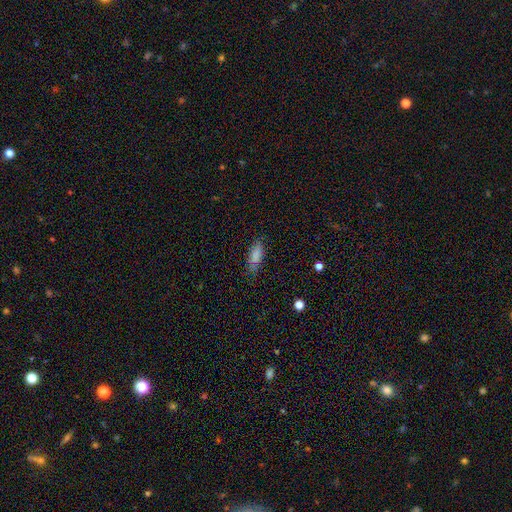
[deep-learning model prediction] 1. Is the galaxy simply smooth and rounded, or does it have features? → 80% smooth, 11% featured or disk, 9% star or artifact.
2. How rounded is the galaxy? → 66% in between, 32% cigar-shaped, 2% round.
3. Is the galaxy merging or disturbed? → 76% none, 18% minor disturbance, 4% major disturbance, 1% merger.